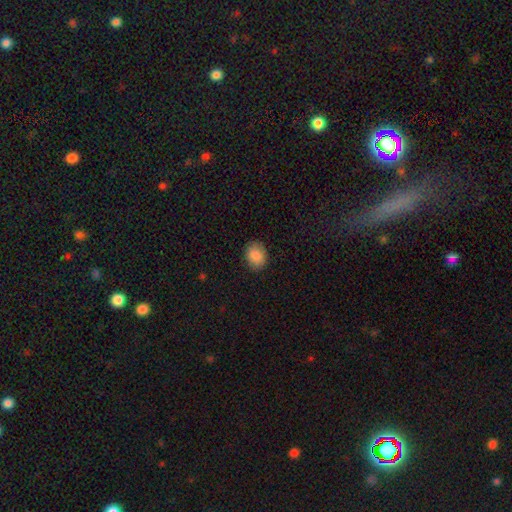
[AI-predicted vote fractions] This appears to be a smooth galaxy with no disk features (87%) that is in between round and cigar-shaped (57%). Merging: none (87%).